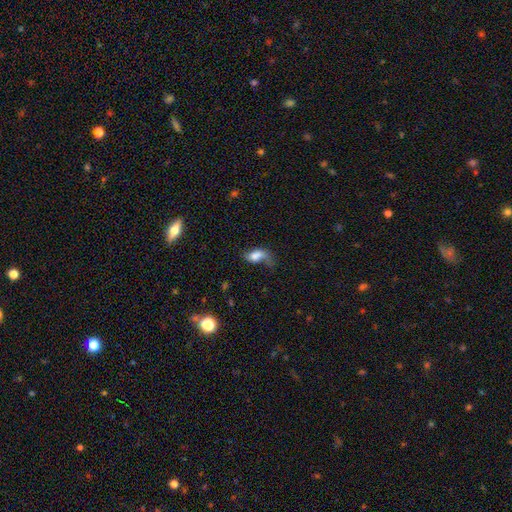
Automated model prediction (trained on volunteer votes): The model was most divided on "merging": major disturbance: 41%, none: 26%, minor disturbance: 23%, merger: 9%. More confident: how rounded — in between (83%); smooth or featured — smooth (61%).